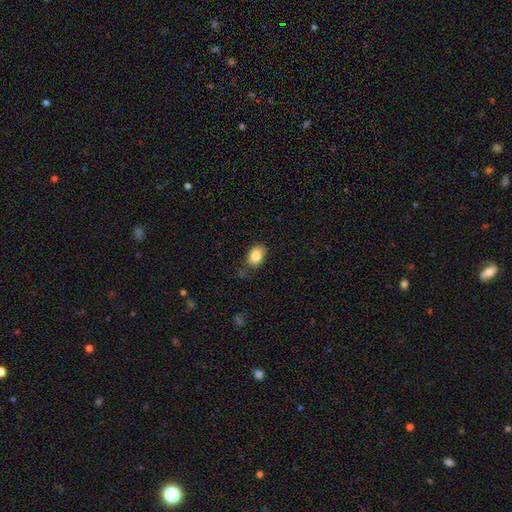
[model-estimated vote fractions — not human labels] Morphology: type=smooth (85%); roundness=in between (73%); merging=none (74%).